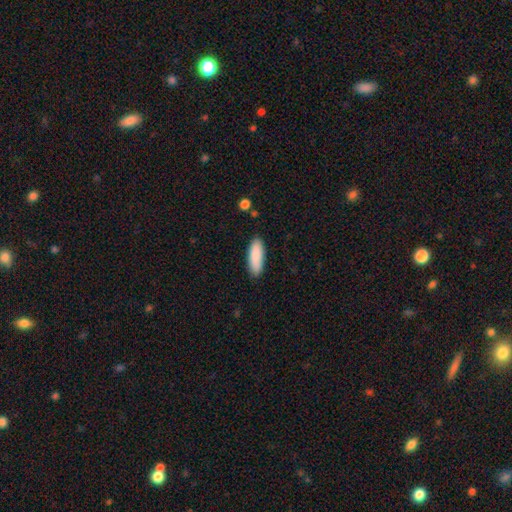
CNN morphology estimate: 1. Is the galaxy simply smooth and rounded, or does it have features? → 89% smooth, 6% star or artifact, 5% featured or disk.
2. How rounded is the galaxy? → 61% in between, 37% cigar-shaped, 2% round.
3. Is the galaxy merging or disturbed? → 87% none, 10% minor disturbance, 2% major disturbance, 1% merger.